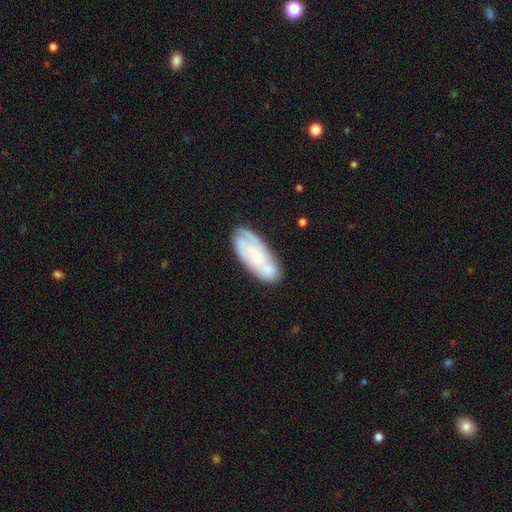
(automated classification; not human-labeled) Smooth or featured? featured or disk (57%)
Edge-on disk? no (89%)
Bar? no (71%)
Spiral arms? yes (69%)
Bulge size? small (58%)
Merging? none (65%)